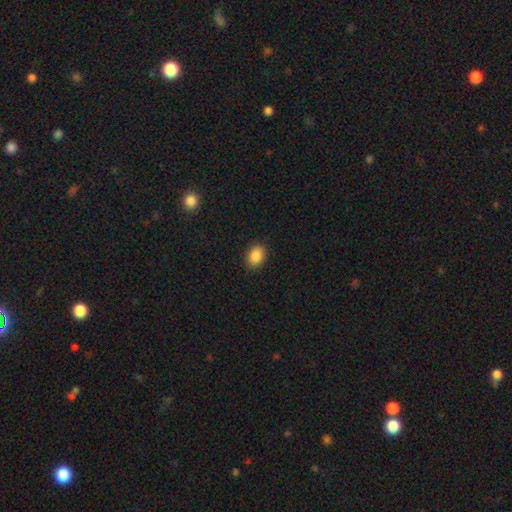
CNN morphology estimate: smooth-or-featured: smooth: 87% | star or artifact: 9% | featured or disk: 4%
  how-rounded: in between: 71% | round: 28% | cigar-shaped: 1%
  merging: none: 89% | minor disturbance: 8% | major disturbance: 2% | merger: 1%